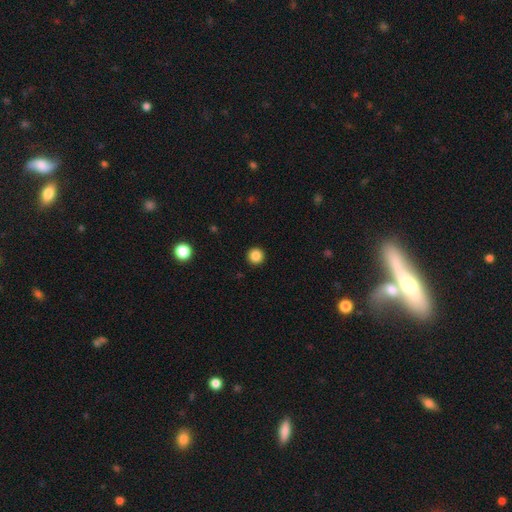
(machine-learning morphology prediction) Smooth or featured?
  - smooth: 86% *
  - star or artifact: 11%
  - featured or disk: 3%
How rounded?
  - round: 96% *
  - in between: 3%
  - cigar-shaped: 1%
Merging?
  - none: 93% *
  - minor disturbance: 4%
  - major disturbance: 2%
  - merger: 1%